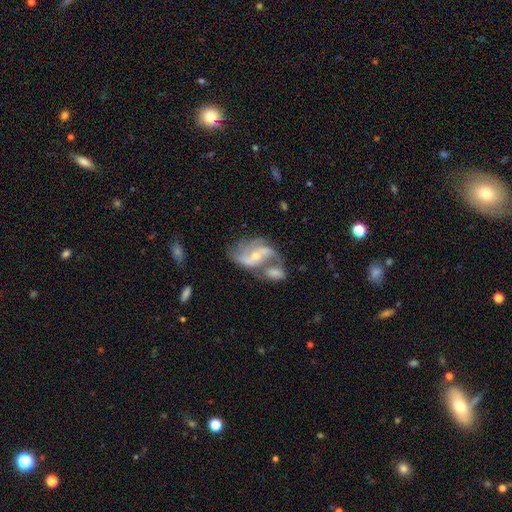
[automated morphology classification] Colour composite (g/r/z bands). It shows a featured or disk galaxy (80%) with no bar (46%), 2 (62%) loose (46%) spiral arms (91%) and a small central bulge (55%). Merging: merger (48%).